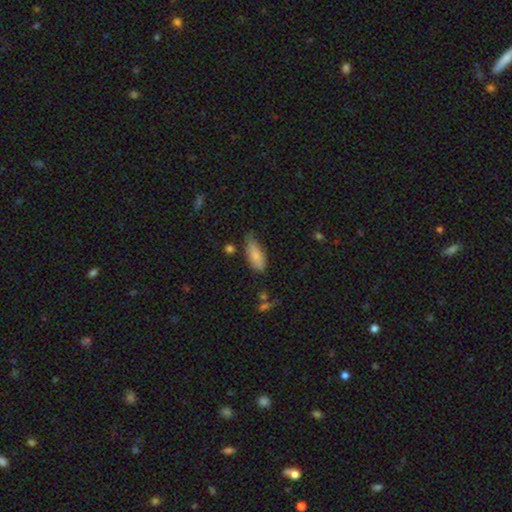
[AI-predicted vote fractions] This is clearly a smooth galaxy (81%). How rounded: clearly in between (81%). Merging: possibly none (55%).